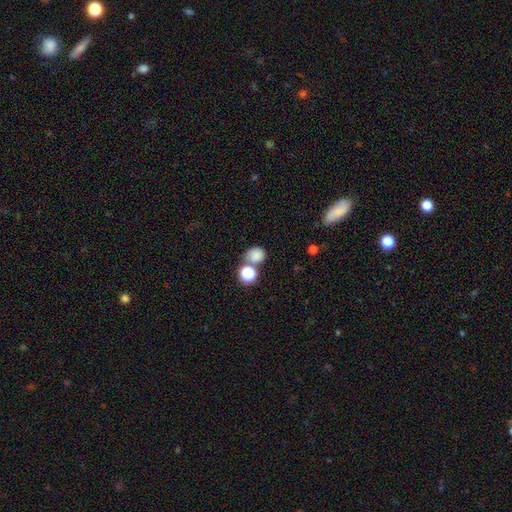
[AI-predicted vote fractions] Overall: smooth (77%). How rounded: round (66%; in between 33%). Merging: none (51%; merger 31%).